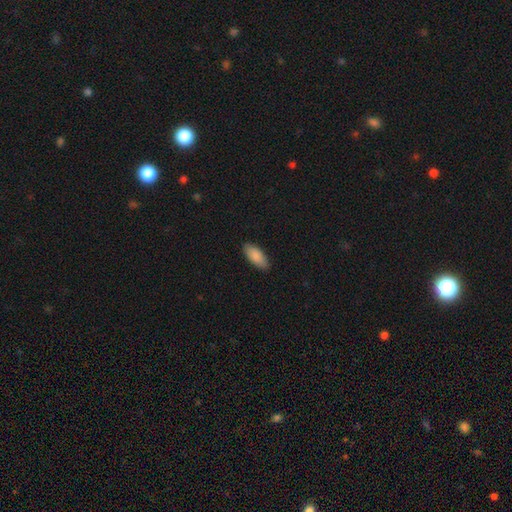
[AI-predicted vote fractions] Smooth or featured? smooth (88%)
How rounded? in between (85%)
Merging? none (88%)